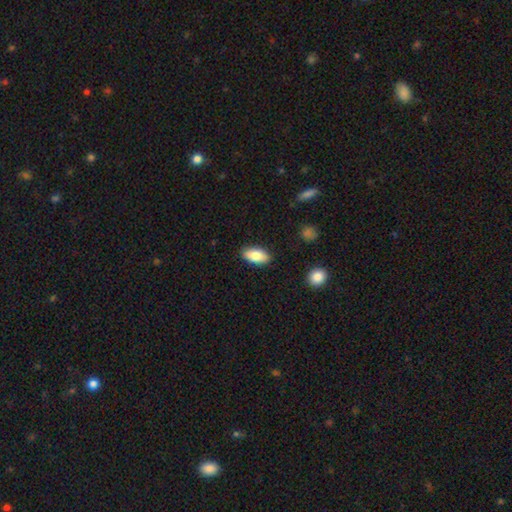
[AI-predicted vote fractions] Smooth or featured: smooth — 83% (featured or disk — 11%)
How rounded: in between — 92% (cigar-shaped — 5%)
Merging: none — 88% (minor disturbance — 9%)